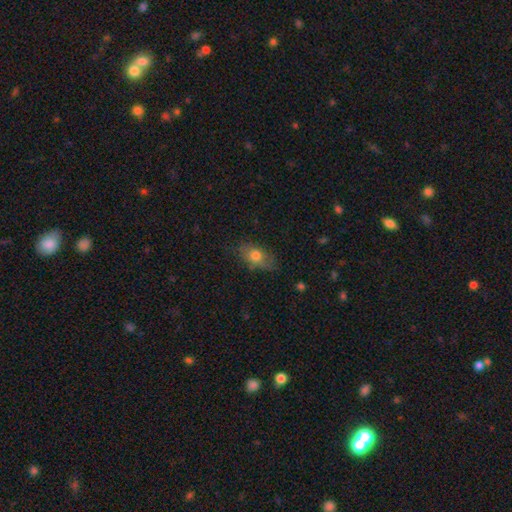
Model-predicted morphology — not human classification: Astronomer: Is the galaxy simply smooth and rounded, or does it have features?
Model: smooth — 75%.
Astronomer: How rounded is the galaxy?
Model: in between — 82%.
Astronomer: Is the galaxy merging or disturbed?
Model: none — 72%.